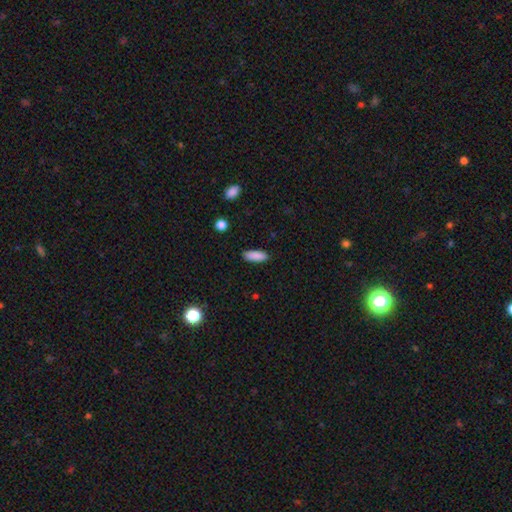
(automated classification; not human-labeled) The model was most divided on "how rounded": in between: 69%, cigar-shaped: 29%, round: 2%. More confident: smooth or featured — smooth (88%); merging — none (88%).